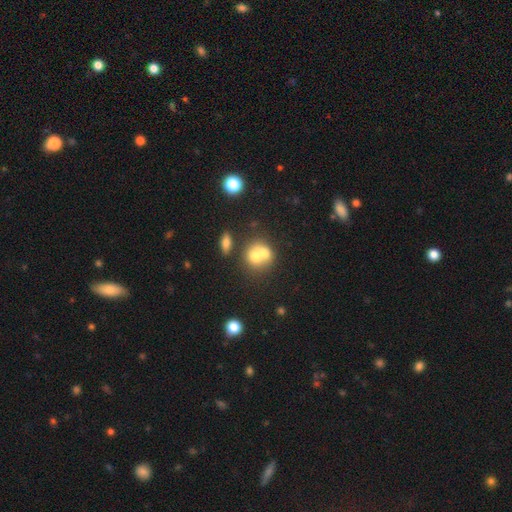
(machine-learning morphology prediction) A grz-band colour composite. It shows a smooth galaxy with no disk features (65%) that is round (69%). Merging: merger (64%).